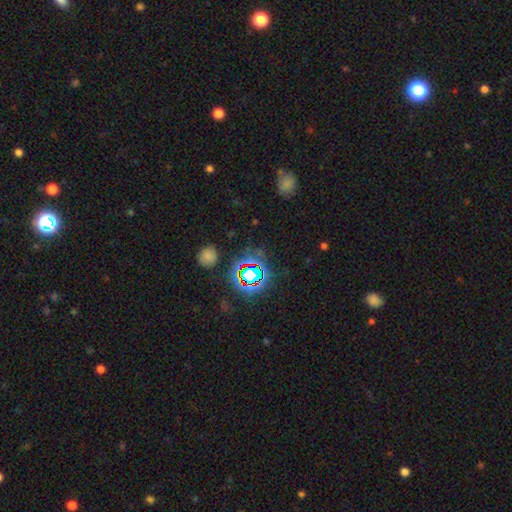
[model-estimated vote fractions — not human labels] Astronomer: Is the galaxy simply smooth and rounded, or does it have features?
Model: star or artifact — 73%.